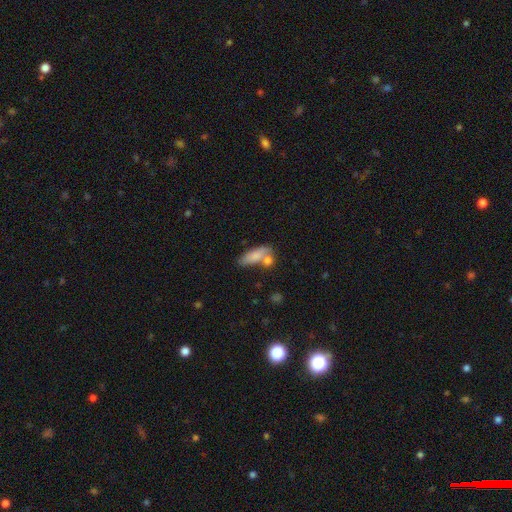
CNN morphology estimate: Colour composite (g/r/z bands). It shows a smooth galaxy with no disk features (78%) that is in between round and cigar-shaped (65%). Merging: none (50%).